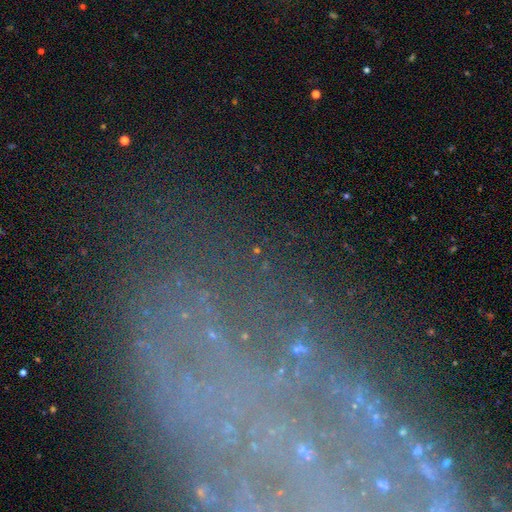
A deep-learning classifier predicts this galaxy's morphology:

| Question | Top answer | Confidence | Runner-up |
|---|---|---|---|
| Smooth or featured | featured or disk | 44% | star or artifact (39%) |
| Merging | none | 66% | minor disturbance (15%) |